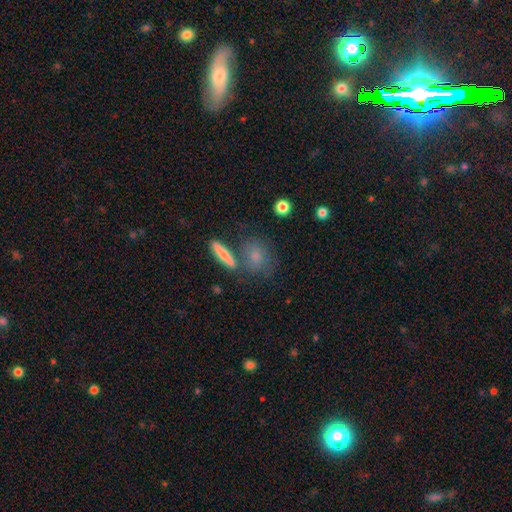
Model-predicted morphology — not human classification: This is likely a smooth galaxy (71%). How rounded: possibly round (47%). Merging: possibly none (58%).